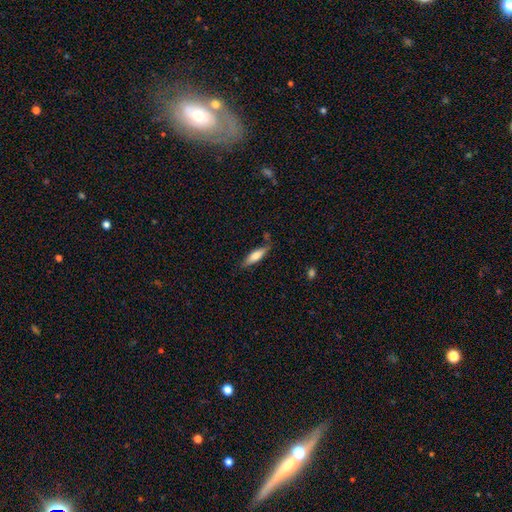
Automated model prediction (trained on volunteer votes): The model was most divided on "how rounded": cigar-shaped: 63%, in between: 35%, round: 2%. More confident: merging — none (74%); smooth or featured — smooth (68%).